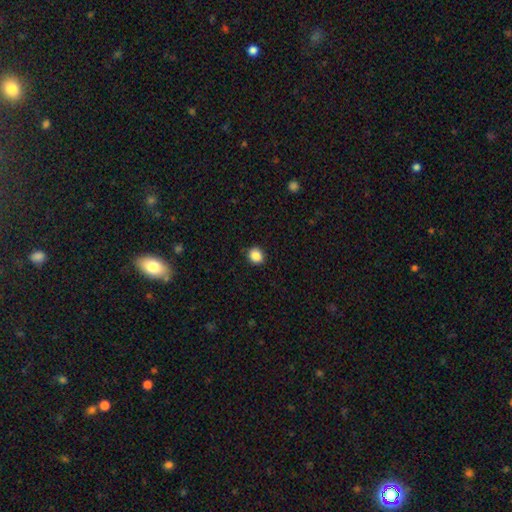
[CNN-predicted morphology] Smooth or featured: smooth — 87% (star or artifact — 9%)
How rounded: round — 72% (in between — 27%)
Merging: none — 90% (minor disturbance — 7%)